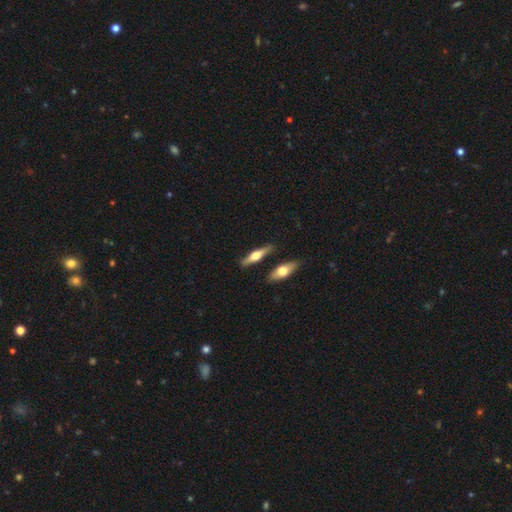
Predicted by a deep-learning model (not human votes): smooth-or-featured: featured or disk: 55% | smooth: 40% | star or artifact: 5%
  disk-edge-on: yes: 94% | no: 6%
    edge-on-bulge: rounded: 94% | boxy: 3% | none: 3%
  merging: none: 82% | minor disturbance: 9% | merger: 7% | major disturbance: 2%